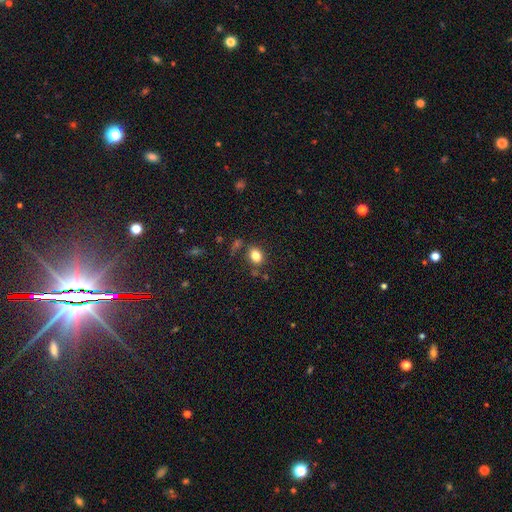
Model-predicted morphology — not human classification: smooth-or-featured: smooth: 82% | star or artifact: 11% | featured or disk: 8%
  how-rounded: in between: 62% | round: 37% | cigar-shaped: 1%
  merging: none: 74% | minor disturbance: 13% | merger: 8% | major disturbance: 5%